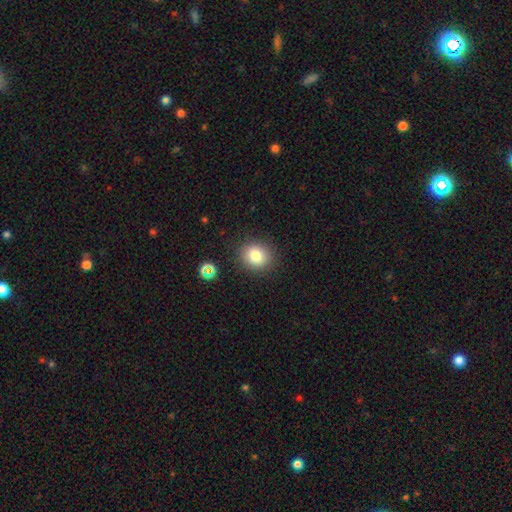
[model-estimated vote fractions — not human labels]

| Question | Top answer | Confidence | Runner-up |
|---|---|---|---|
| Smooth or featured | smooth | 81% | star or artifact (11%) |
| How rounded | round | 74% | in between (26%) |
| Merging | none | 87% | minor disturbance (9%) |